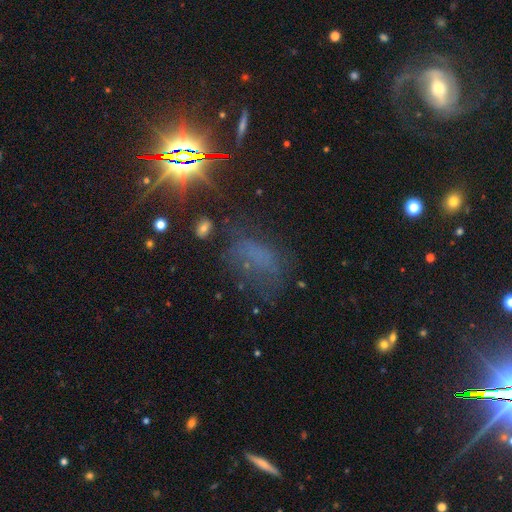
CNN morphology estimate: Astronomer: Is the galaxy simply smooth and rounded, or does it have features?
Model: star or artifact — 43% (runner-up: smooth, 29%).